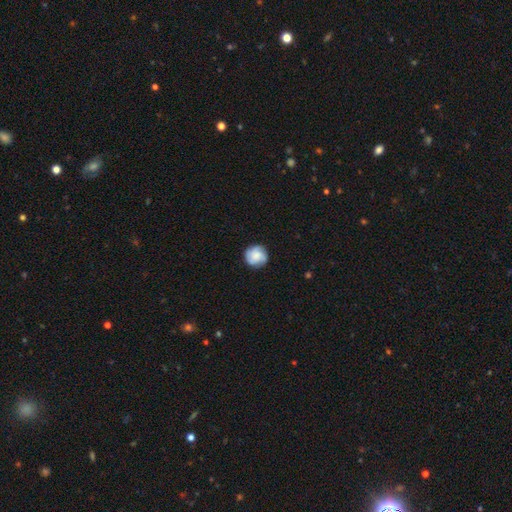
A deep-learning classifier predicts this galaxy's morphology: A smooth galaxy with no disk features (48%). Merging: none (83%).